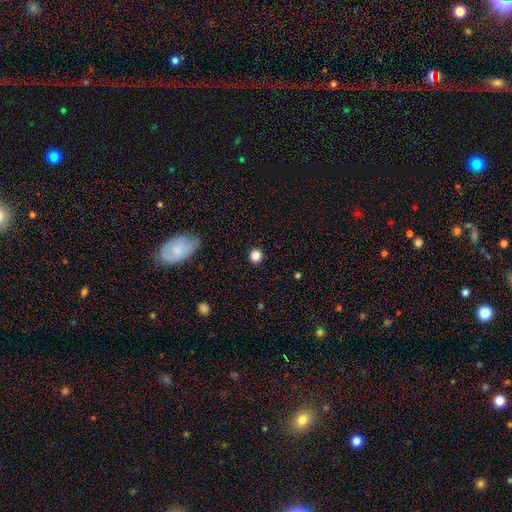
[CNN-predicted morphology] This appears to be a smooth galaxy with no disk features (84%) that is round (91%). Merging: none (91%).